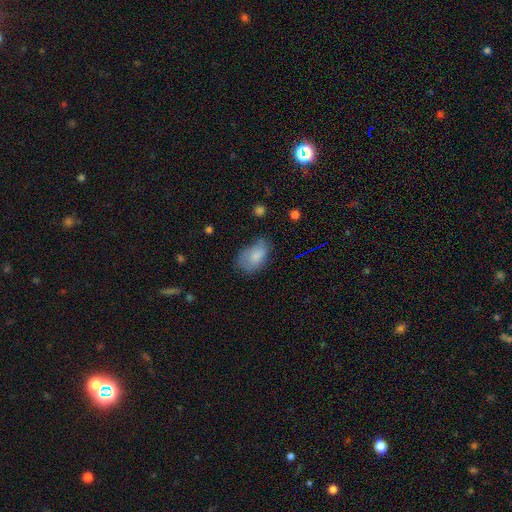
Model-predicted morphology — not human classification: Q: Smooth or featured?
A: smooth (81%); runner-up: featured or disk (11%)
Q: How rounded?
A: in between (91%); runner-up: round (7%)
Q: Merging?
A: none (55%); runner-up: minor disturbance (32%)